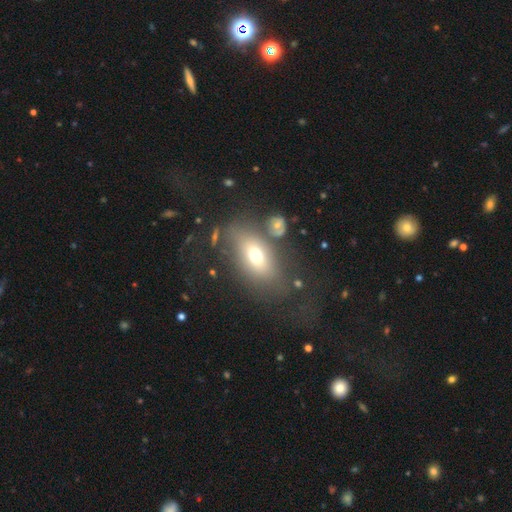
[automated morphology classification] The model was most divided on "smooth or featured": smooth: 65%, featured or disk: 22%, star or artifact: 13%. More confident: how rounded — in between (78%); merging — none (62%).